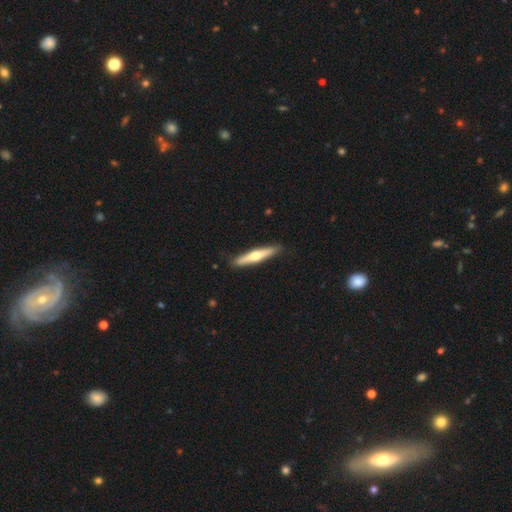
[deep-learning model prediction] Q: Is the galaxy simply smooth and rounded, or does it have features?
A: featured or disk — 56%.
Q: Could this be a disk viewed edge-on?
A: yes — 95%.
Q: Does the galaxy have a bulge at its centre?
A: rounded — 91%.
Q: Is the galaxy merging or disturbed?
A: none — 89%.